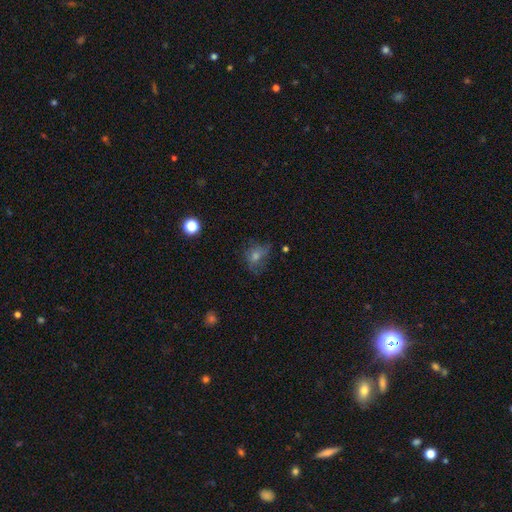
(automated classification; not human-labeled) Smooth or featured? Predicted: smooth (p=0.50). Merging? Predicted: none (p=0.55).